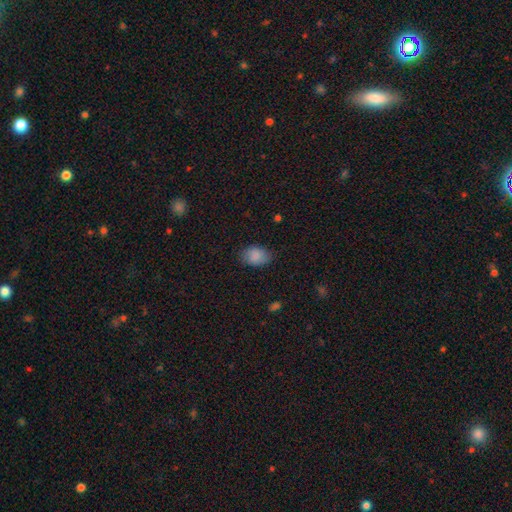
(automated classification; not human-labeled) Morphology: type=smooth (88%); roundness=in between (82%); merging=none (78%).